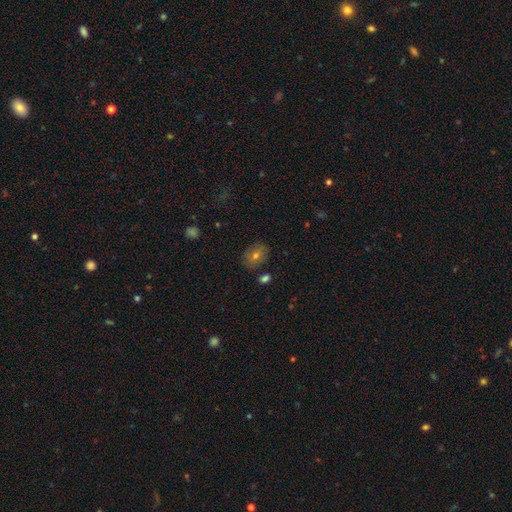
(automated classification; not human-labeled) smooth-or-featured: smooth: 63% | featured or disk: 21% | star or artifact: 16%
  how-rounded: in between: 65% | round: 34% | cigar-shaped: 1%
  merging: none: 81% | minor disturbance: 13% | merger: 4% | major disturbance: 3%